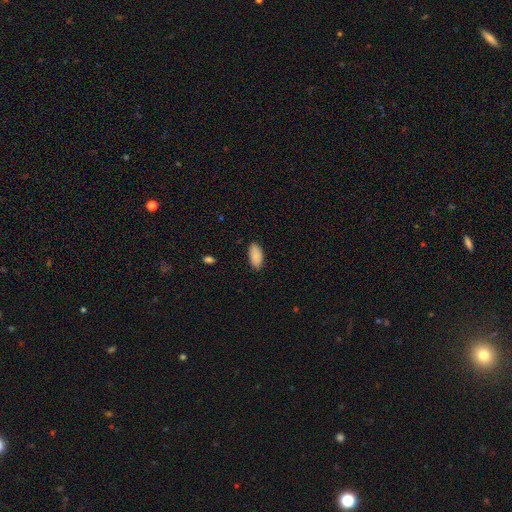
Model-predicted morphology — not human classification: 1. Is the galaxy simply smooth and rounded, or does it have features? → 88% smooth, 6% star or artifact, 5% featured or disk.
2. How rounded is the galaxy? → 93% in between, 5% cigar-shaped, 2% round.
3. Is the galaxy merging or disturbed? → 86% none, 10% minor disturbance, 2% major disturbance, 1% merger.